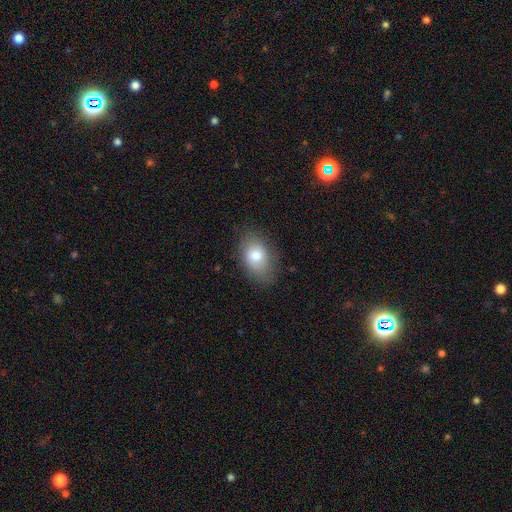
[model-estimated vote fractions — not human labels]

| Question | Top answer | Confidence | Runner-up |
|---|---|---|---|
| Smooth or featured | smooth | 79% | featured or disk (13%) |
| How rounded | in between | 86% | round (12%) |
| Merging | none | 77% | minor disturbance (17%) |